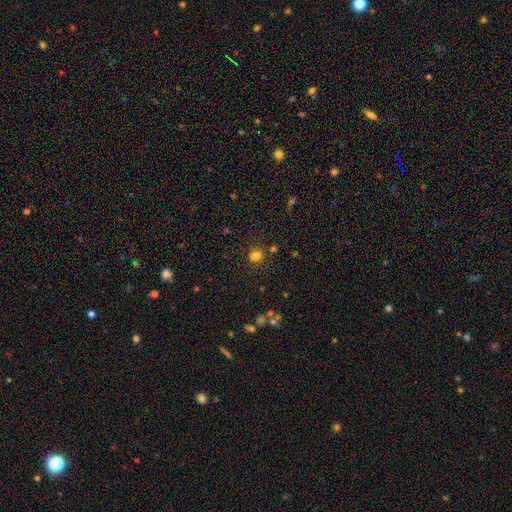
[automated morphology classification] smooth-or-featured: smooth: 74% | star or artifact: 20% | featured or disk: 6%
  how-rounded: round: 71% | in between: 28% | cigar-shaped: 1%
  merging: none: 71% | minor disturbance: 12% | merger: 12% | major disturbance: 5%